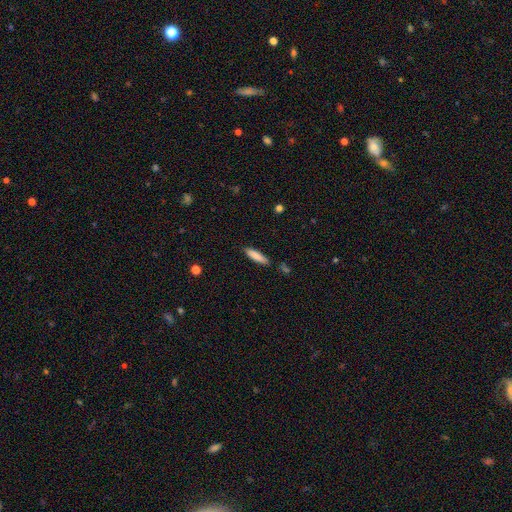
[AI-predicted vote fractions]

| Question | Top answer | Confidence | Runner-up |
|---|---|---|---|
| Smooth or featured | smooth | 84% | featured or disk (10%) |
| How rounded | cigar-shaped | 78% | in between (20%) |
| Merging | none | 85% | minor disturbance (11%) |